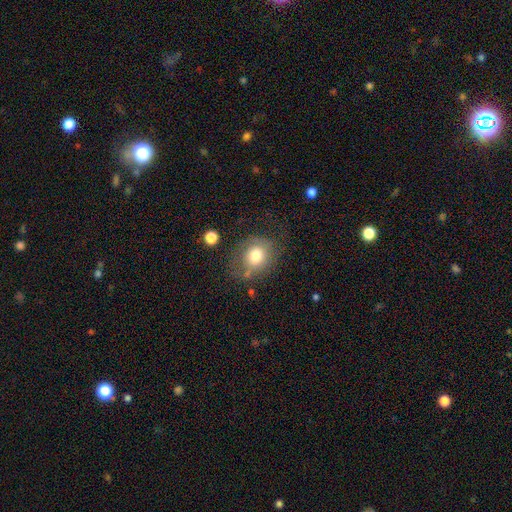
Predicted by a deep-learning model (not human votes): The model was most divided on "merging": none: 56%, minor disturbance: 24%, major disturbance: 15%, merger: 5%. More confident: smooth or featured — smooth (69%); how rounded — round (67%).